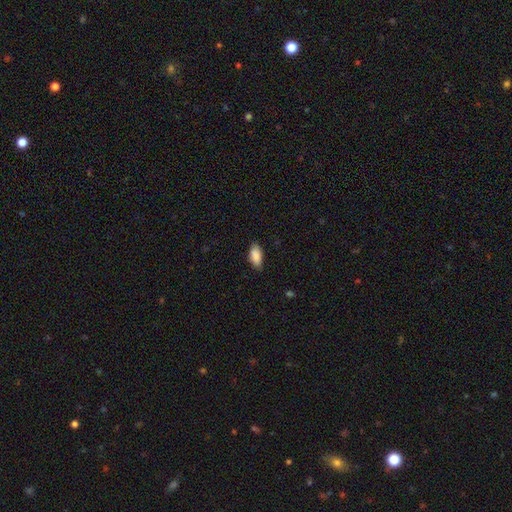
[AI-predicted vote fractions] The model was most divided on "merging": none: 83%, minor disturbance: 14%, major disturbance: 2%, merger: 1%. More confident: how rounded — in between (89%); smooth or featured — smooth (89%).